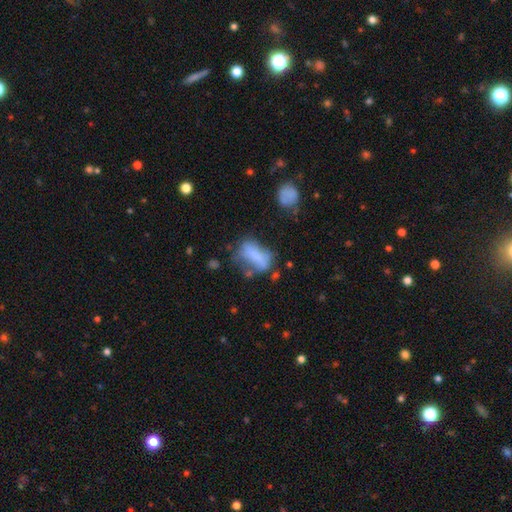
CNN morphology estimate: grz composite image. It shows a smooth galaxy with no disk features (63%) that is in between round and cigar-shaped (80%). Merging: none (33%).